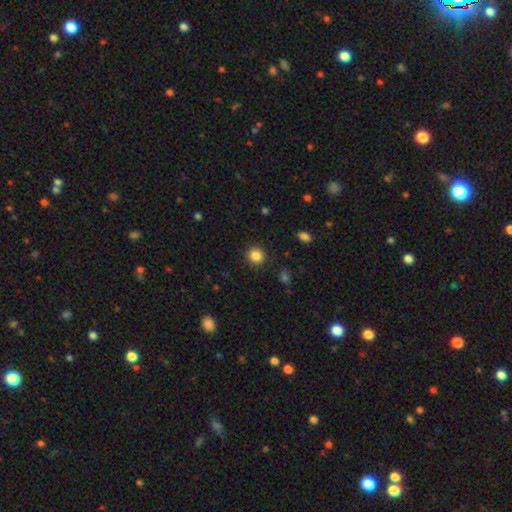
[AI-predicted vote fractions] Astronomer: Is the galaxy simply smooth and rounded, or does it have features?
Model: smooth — 85%.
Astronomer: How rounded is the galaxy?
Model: round — 91%.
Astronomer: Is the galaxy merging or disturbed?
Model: none — 91%.